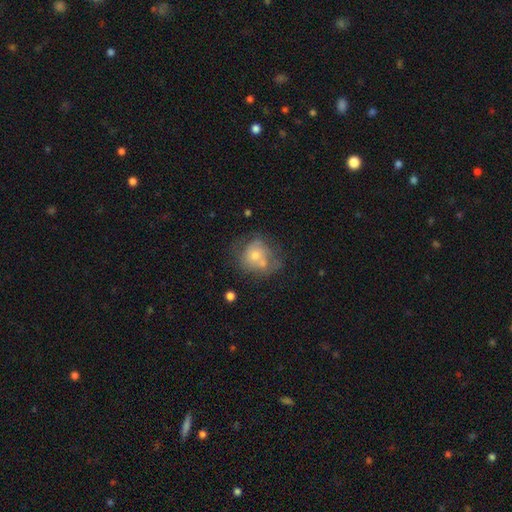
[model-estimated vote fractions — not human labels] Q: Smooth or featured?
A: smooth (55%); runner-up: featured or disk (37%)
Q: How rounded?
A: round (66%); runner-up: in between (33%)
Q: Merging?
A: none (33%); runner-up: merger (28%)